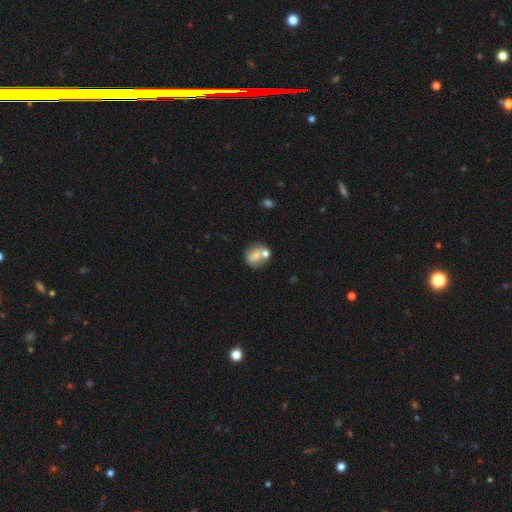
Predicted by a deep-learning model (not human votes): The model was most divided on "merging": none: 40%, merger: 37%, minor disturbance: 16%, major disturbance: 8%. More confident: smooth or featured — smooth (63%); how rounded — round (62%).